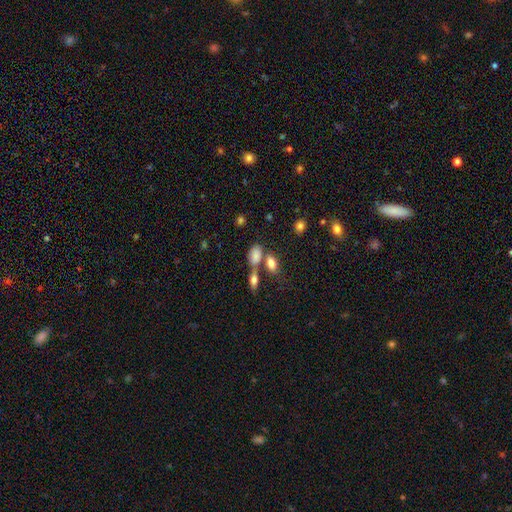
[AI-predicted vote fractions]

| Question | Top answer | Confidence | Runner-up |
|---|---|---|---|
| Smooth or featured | smooth | 80% | featured or disk (11%) |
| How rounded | in between | 87% | round (9%) |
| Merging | none | 48% | merger (33%) |